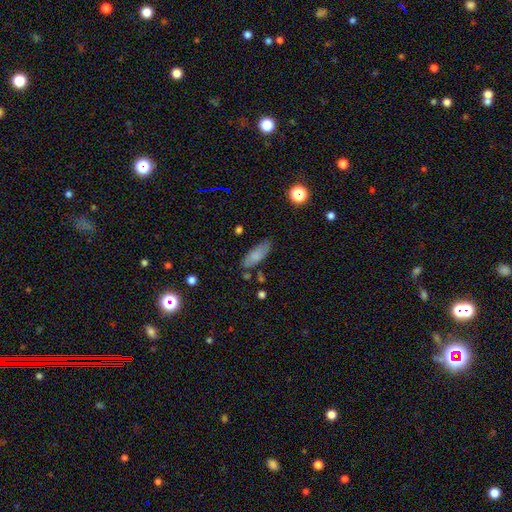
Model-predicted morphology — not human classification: Q: Smooth or featured?
A: smooth (79%); runner-up: featured or disk (13%)
Q: How rounded?
A: in between (70%); runner-up: cigar-shaped (28%)
Q: Merging?
A: none (77%); runner-up: minor disturbance (16%)